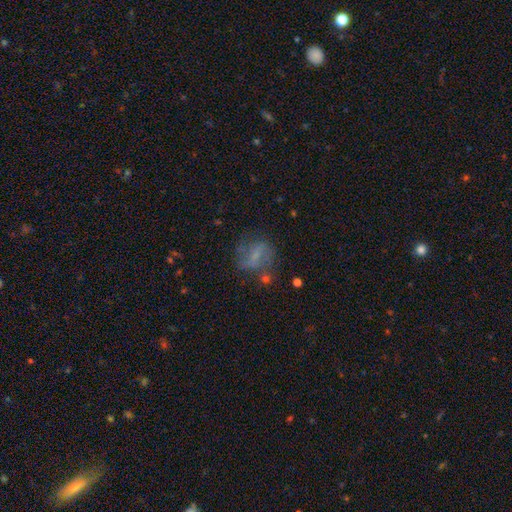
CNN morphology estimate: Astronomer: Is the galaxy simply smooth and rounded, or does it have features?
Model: featured or disk — 54% (runner-up: smooth, 33%).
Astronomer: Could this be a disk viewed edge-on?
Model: no — 96%.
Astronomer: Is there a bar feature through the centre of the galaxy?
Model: weak — 42% (runner-up: no, 30%).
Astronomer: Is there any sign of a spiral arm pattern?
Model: yes — 74%.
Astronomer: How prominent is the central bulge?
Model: none — 49% (runner-up: small, 33%).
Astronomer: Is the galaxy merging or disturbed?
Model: none — 58%.